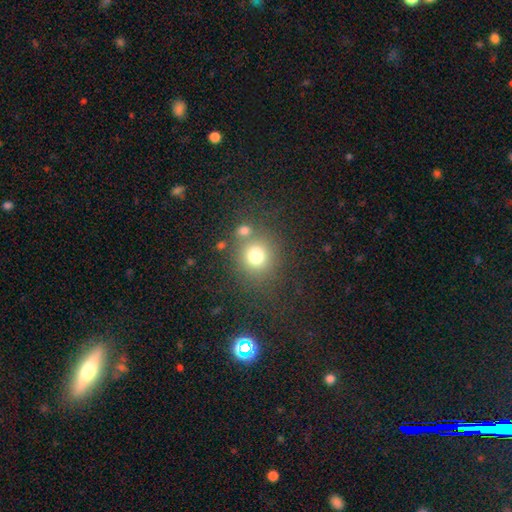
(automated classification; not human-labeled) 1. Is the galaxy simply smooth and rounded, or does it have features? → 76% smooth, 15% star or artifact, 10% featured or disk.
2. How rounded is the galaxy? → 87% round, 12% in between, 1% cigar-shaped.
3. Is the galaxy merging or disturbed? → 70% none, 15% merger, 10% minor disturbance, 5% major disturbance.